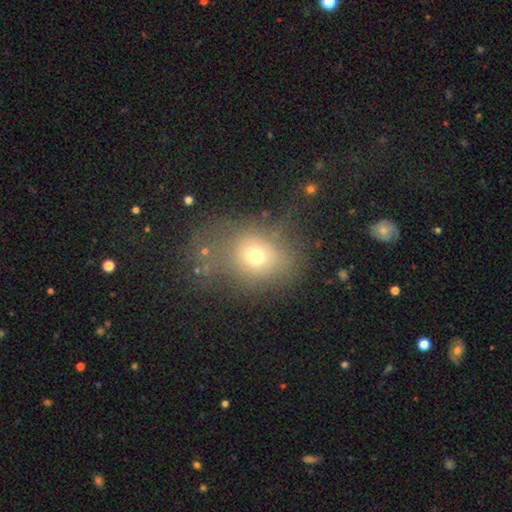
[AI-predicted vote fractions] The model was most divided on "how rounded": round: 54%, in between: 45%, cigar-shaped: 1%. Remaining: smooth or featured — smooth (66%); merging — none (45%).